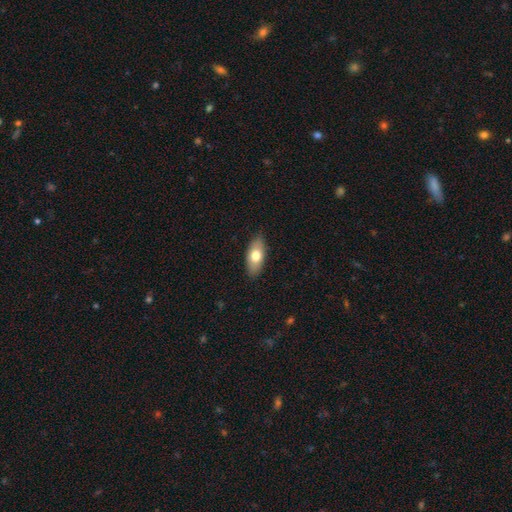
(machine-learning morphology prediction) Overall: smooth (72%). How rounded: in between (87%). Merging: none (86%).